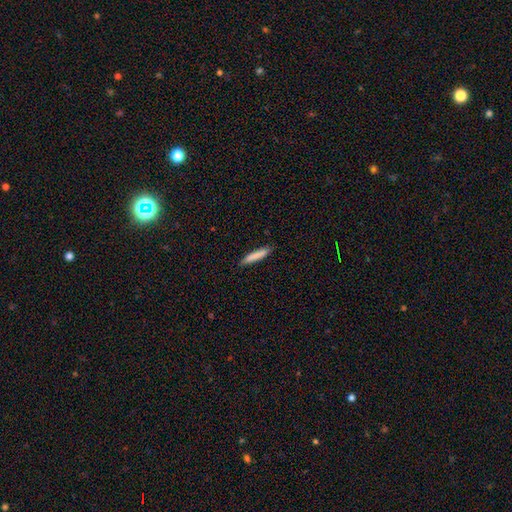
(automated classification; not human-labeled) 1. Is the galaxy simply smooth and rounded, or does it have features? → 84% smooth, 10% featured or disk, 6% star or artifact.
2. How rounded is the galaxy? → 91% cigar-shaped, 8% in between, 1% round.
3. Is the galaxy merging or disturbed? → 86% none, 11% minor disturbance, 2% major disturbance, 1% merger.